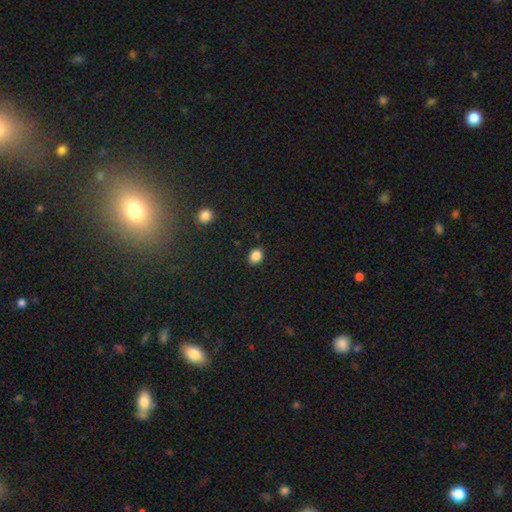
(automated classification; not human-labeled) Morphology: type=smooth (86%); roundness=in between (55%); merging=none (88%).